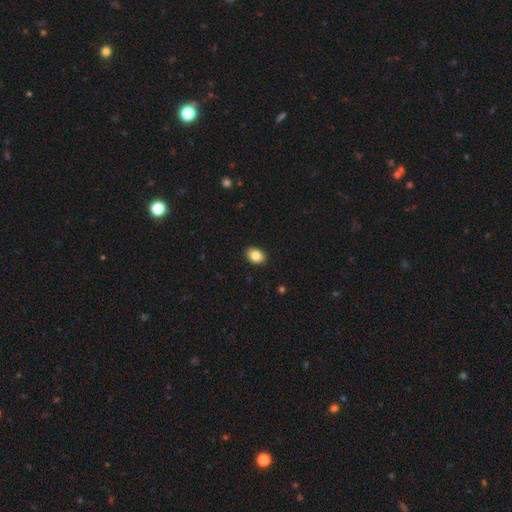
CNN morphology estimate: smooth_or_featured: smooth (p=0.84) [alt: star or artifact p=0.08]
how_rounded: in between (p=0.79) [alt: round p=0.20]
merging: none (p=0.91) [alt: minor disturbance p=0.07]